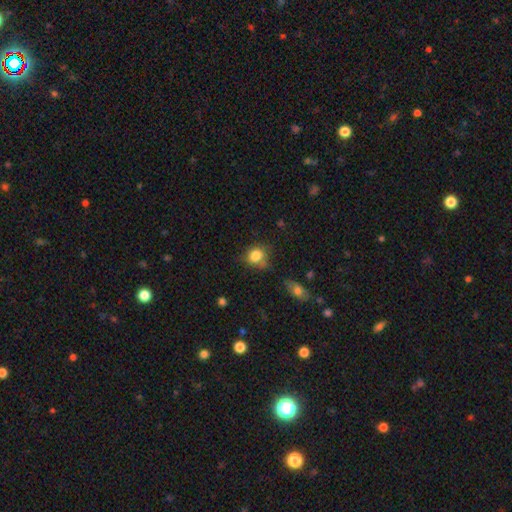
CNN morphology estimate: smooth-or-featured: smooth: 82% | star or artifact: 10% | featured or disk: 8%
  how-rounded: round: 63% | in between: 36% | cigar-shaped: 1%
  merging: none: 61% | minor disturbance: 26% | major disturbance: 7% | merger: 6%